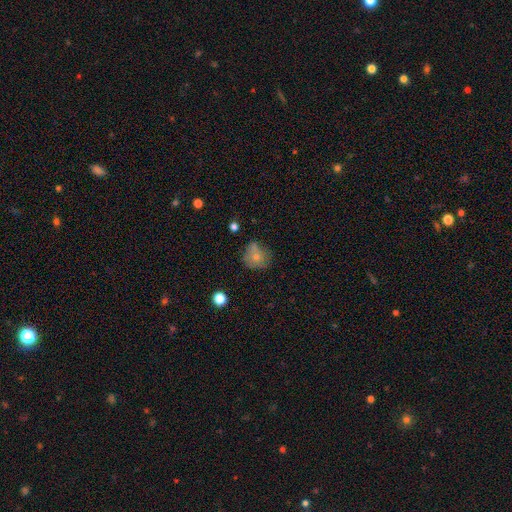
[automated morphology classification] Q: Smooth or featured?
A: smooth (71%); runner-up: featured or disk (19%)
Q: How rounded?
A: round (75%); runner-up: in between (24%)
Q: Merging?
A: none (50%); runner-up: minor disturbance (23%)